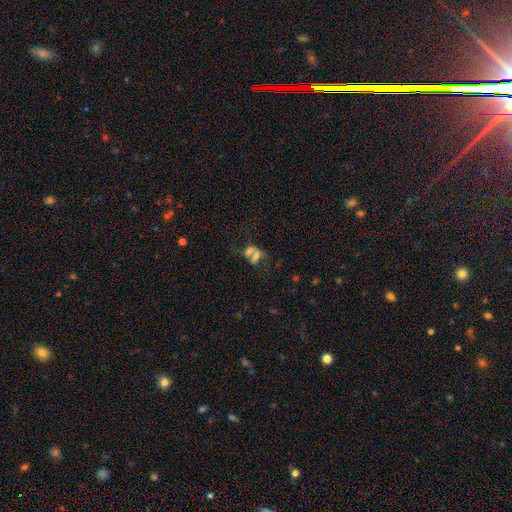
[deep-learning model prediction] This is possibly a smooth galaxy (50%). How rounded: likely in between (69%). Merging: possibly merger (51%).